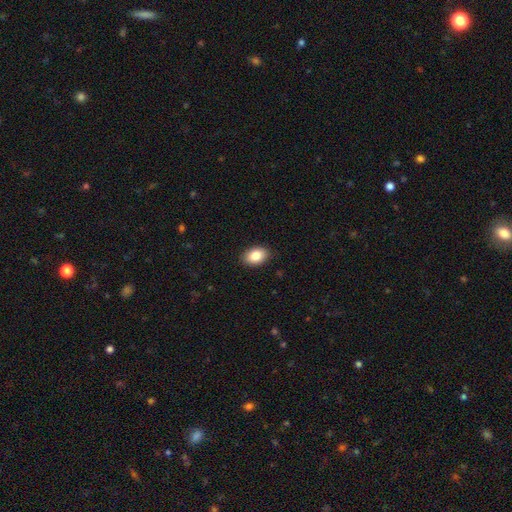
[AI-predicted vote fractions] Q: Smooth or featured?
A: smooth (86%); runner-up: star or artifact (7%)
Q: How rounded?
A: in between (87%); runner-up: round (12%)
Q: Merging?
A: none (89%); runner-up: minor disturbance (8%)